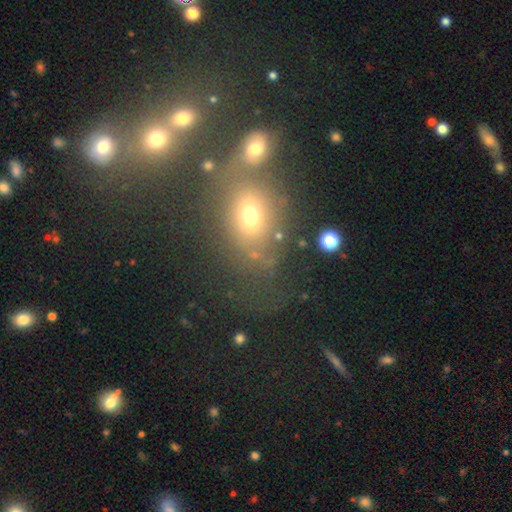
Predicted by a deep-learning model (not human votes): Overall: smooth (63%). How rounded: in between (51%; round 47%). Merging: none (47%; merger 28%).